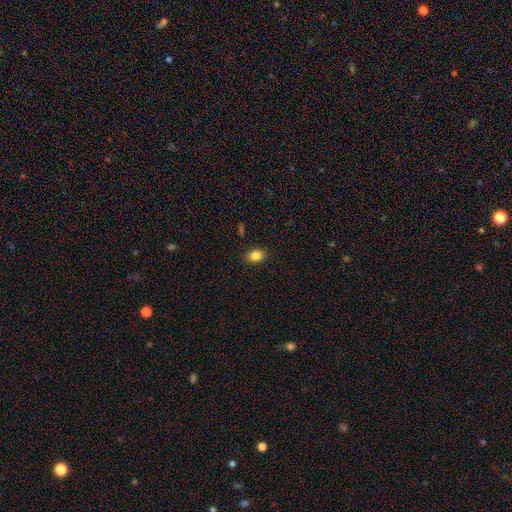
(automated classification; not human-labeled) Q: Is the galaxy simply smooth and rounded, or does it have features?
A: smooth — 85%.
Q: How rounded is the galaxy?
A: in between — 75%.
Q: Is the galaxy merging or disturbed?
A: none — 87%.